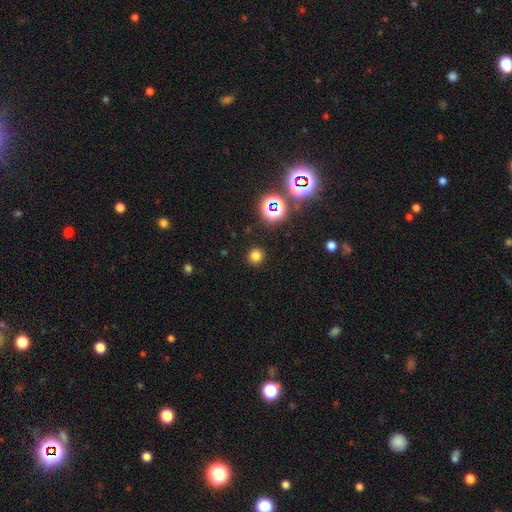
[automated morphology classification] The model was most divided on "smooth or featured": smooth: 74%, star or artifact: 20%, featured or disk: 5%. More confident: how rounded — round (93%); merging — none (91%).